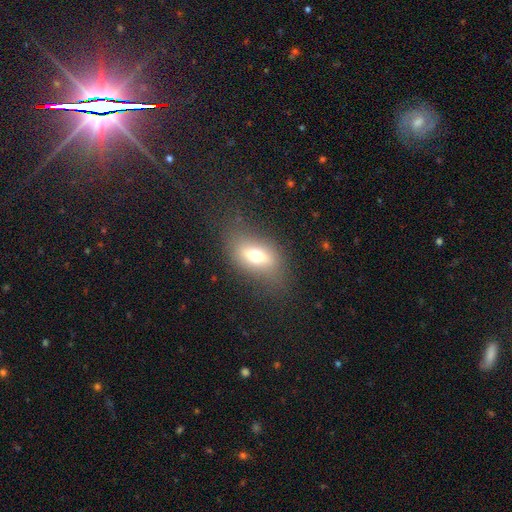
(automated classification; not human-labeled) smooth 53%, featured or disk 35%, star or artifact 12%. Down the decision tree: how rounded — in between (77%); merging — none (71%).